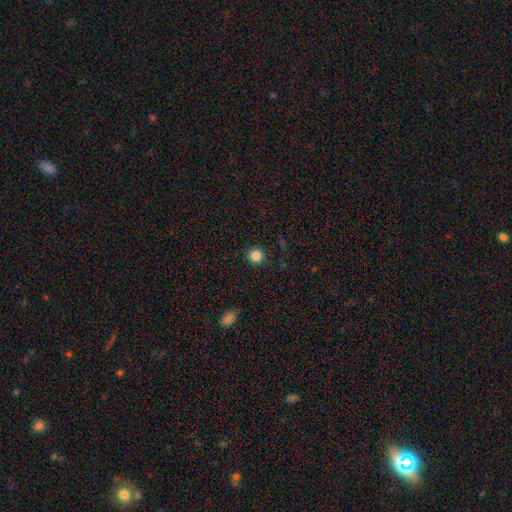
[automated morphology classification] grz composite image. It shows a smooth galaxy with no disk features (85%) that is round (95%). Merging: none (91%).